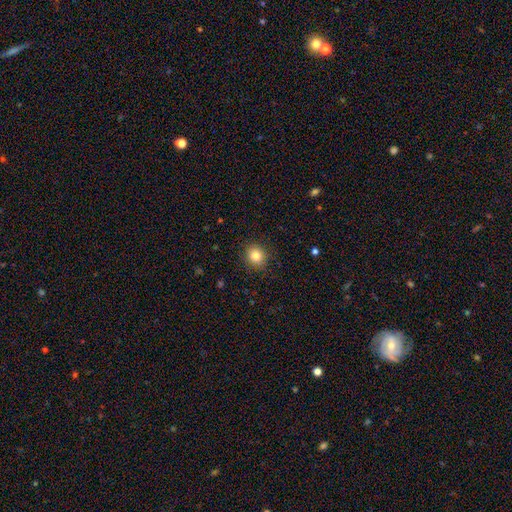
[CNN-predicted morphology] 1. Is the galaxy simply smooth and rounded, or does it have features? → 84% smooth, 10% star or artifact, 6% featured or disk.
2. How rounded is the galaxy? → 80% round, 19% in between, 1% cigar-shaped.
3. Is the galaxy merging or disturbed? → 90% none, 7% minor disturbance, 2% major disturbance, 1% merger.